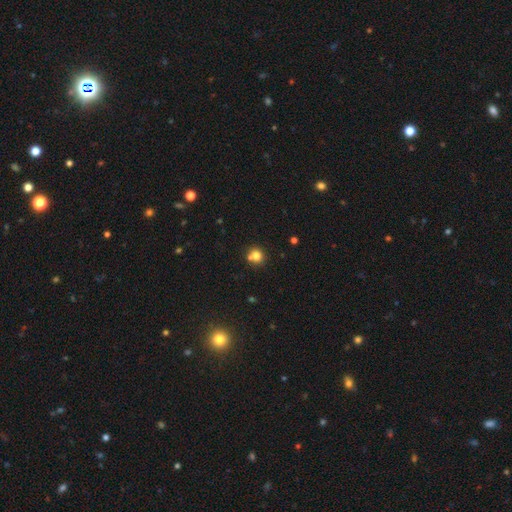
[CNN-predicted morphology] Smooth or featured? smooth (77%)
How rounded? round (87%)
Merging? none (64%)